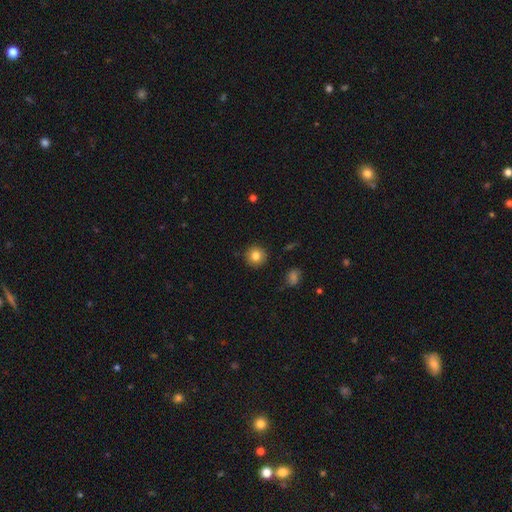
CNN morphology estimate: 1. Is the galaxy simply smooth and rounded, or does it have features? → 83% smooth, 10% star or artifact, 7% featured or disk.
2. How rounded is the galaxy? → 93% round, 6% in between, 1% cigar-shaped.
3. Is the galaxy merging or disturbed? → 90% none, 7% minor disturbance, 2% major disturbance, 1% merger.